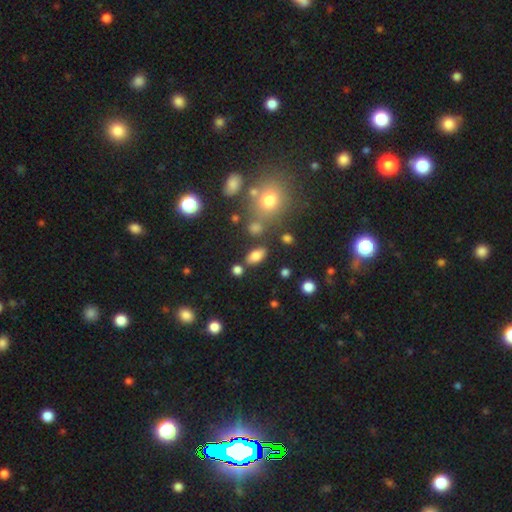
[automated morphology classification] smooth_or_featured: smooth (p=0.77) [alt: star or artifact p=0.12]
how_rounded: in between (p=0.87) [alt: round p=0.08]
merging: none (p=0.78) [alt: minor disturbance p=0.11]